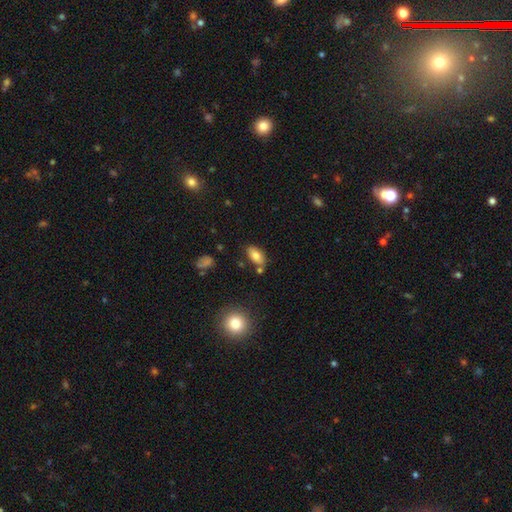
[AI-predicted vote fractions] smooth 79%, featured or disk 12%, star or artifact 9%. Down the decision tree: how rounded — in between (91%); merging — none (73%).